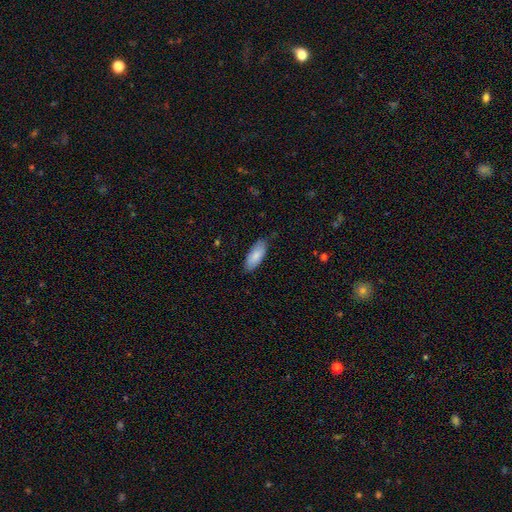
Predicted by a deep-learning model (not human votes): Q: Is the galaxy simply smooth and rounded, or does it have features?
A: smooth — 84%.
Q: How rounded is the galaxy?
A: in between — 83%.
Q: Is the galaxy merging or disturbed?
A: none — 79%.